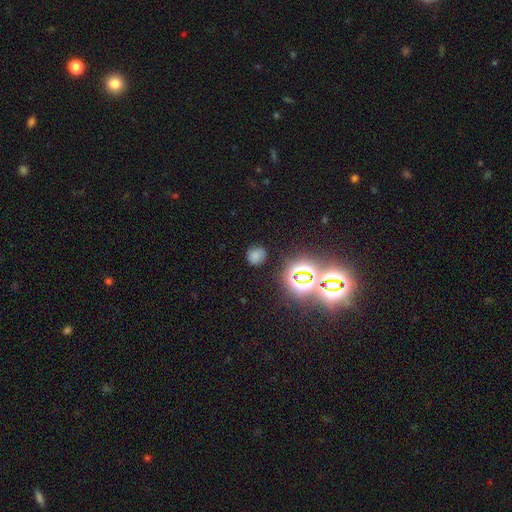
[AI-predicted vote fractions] Smooth or featured?
  - smooth: 63% *
  - star or artifact: 26%
  - featured or disk: 11%
How rounded?
  - round: 68% *
  - in between: 31%
  - cigar-shaped: 1%
Merging?
  - none: 74% *
  - minor disturbance: 18%
  - major disturbance: 6%
  - merger: 2%